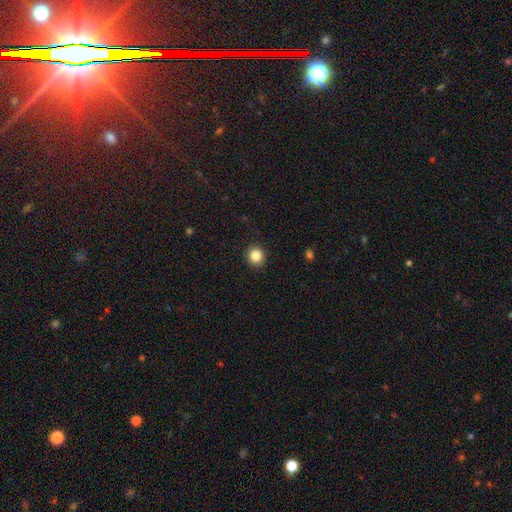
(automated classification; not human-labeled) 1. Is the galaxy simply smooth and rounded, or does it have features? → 85% smooth, 10% star or artifact, 4% featured or disk.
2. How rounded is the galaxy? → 89% round, 10% in between, 1% cigar-shaped.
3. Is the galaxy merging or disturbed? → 92% none, 5% minor disturbance, 2% major disturbance, 1% merger.